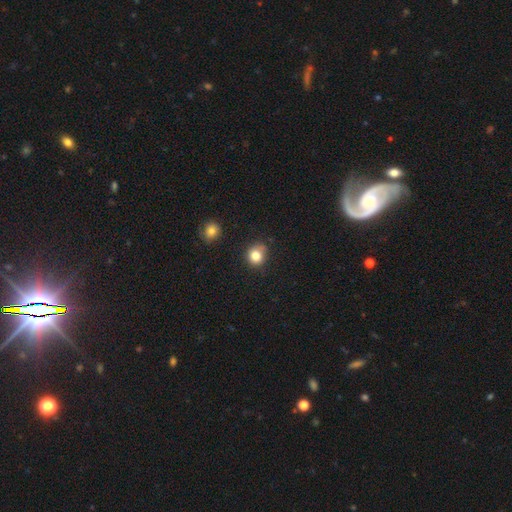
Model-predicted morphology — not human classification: Smooth or featured? smooth (82%)
How rounded? round (80%)
Merging? none (73%)